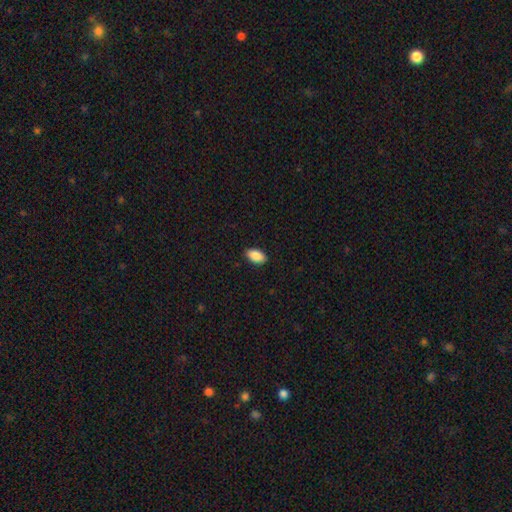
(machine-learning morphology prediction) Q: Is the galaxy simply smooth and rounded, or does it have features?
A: smooth — 89%.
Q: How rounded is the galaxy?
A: in between — 94%.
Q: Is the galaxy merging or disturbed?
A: none — 90%.